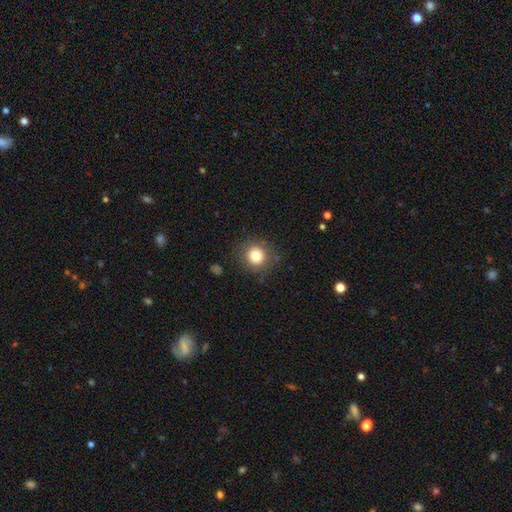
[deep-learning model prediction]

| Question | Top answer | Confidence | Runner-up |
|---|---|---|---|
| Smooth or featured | smooth | 80% | star or artifact (11%) |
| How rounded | round | 91% | in between (8%) |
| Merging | none | 84% | minor disturbance (10%) |